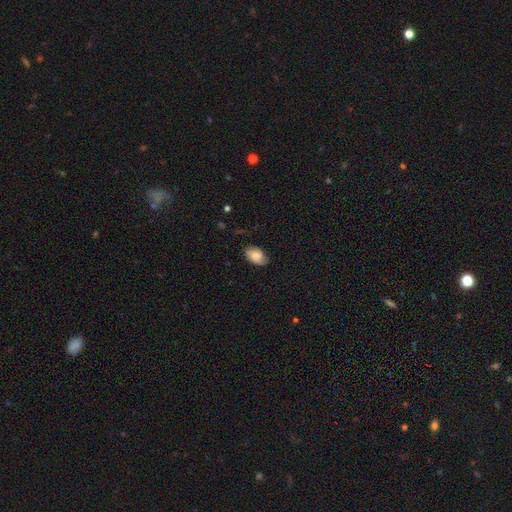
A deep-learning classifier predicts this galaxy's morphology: This appears to be a smooth galaxy with no disk features (76%) that is in between round and cigar-shaped (90%). Merging: none (76%).